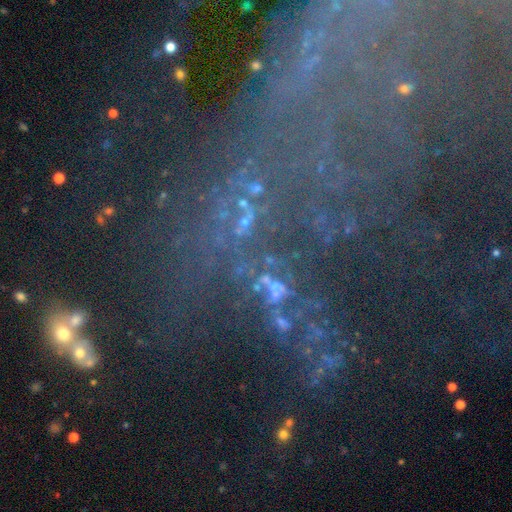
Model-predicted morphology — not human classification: This is possibly a star or artifact rather than a galaxy (60%).